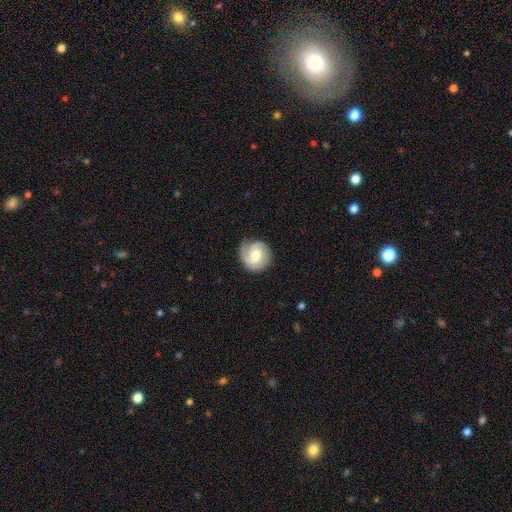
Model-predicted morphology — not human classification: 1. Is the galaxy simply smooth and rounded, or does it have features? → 76% featured or disk, 19% smooth, 6% star or artifact.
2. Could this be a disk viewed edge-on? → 98% no, 2% yes.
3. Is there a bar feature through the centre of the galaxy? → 52% no, 39% weak, 8% strong.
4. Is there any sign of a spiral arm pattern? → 96% yes, 4% no.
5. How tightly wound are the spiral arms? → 53% tight, 36% medium, 11% loose.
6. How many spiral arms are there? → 36% 3, 35% 2, 13% can't tell, 8% 1, 4% 4, 3% more than 4.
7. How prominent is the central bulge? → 61% moderate, 32% small, 4% large, 1% none, 1% dominant.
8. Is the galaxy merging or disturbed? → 79% none, 15% minor disturbance, 5% major disturbance, 1% merger.